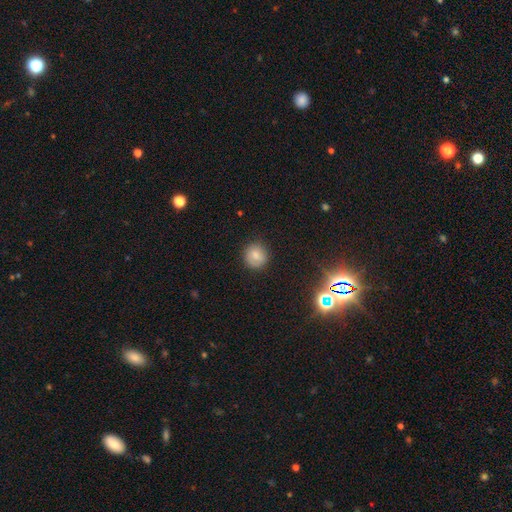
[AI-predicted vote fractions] smooth 78%, star or artifact 12%, featured or disk 10%. Down the decision tree: how rounded — round (91%); merging — none (86%).